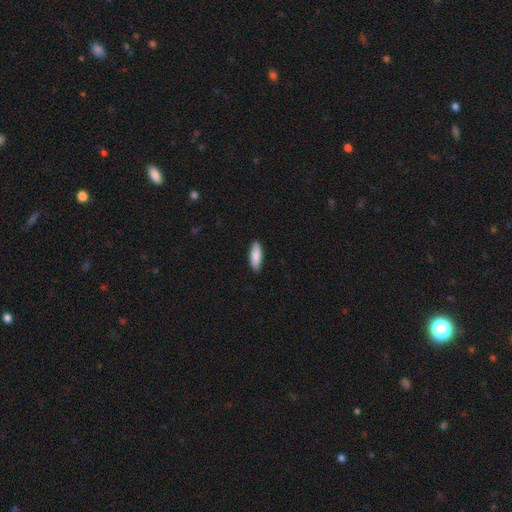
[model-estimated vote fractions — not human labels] Smooth or featured?
  - smooth: 87% *
  - featured or disk: 7%
  - star or artifact: 5%
How rounded?
  - in between: 56% *
  - cigar-shaped: 42%
  - round: 2%
Merging?
  - none: 87% *
  - minor disturbance: 10%
  - major disturbance: 2%
  - merger: 1%